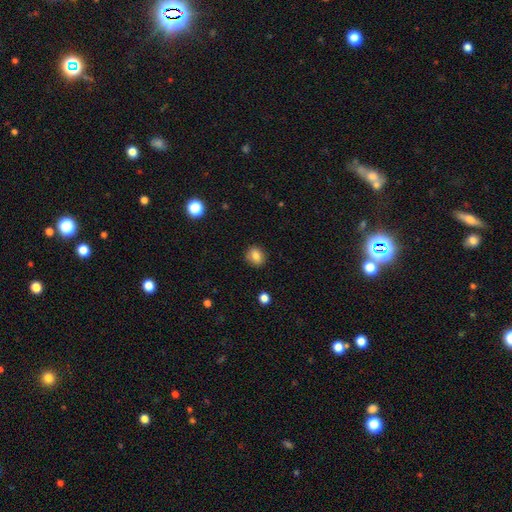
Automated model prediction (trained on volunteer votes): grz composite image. It shows a smooth galaxy with no disk features (81%) that is round (58%). Merging: none (87%).